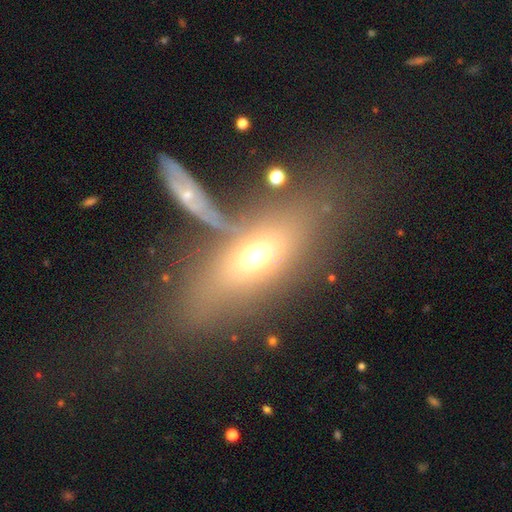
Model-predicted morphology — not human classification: smooth_or_featured: smooth (p=0.55) [alt: featured or disk p=0.32]
how_rounded: in between (p=0.69) [alt: cigar-shaped p=0.23]
merging: none (p=0.51) [alt: merger p=0.22]